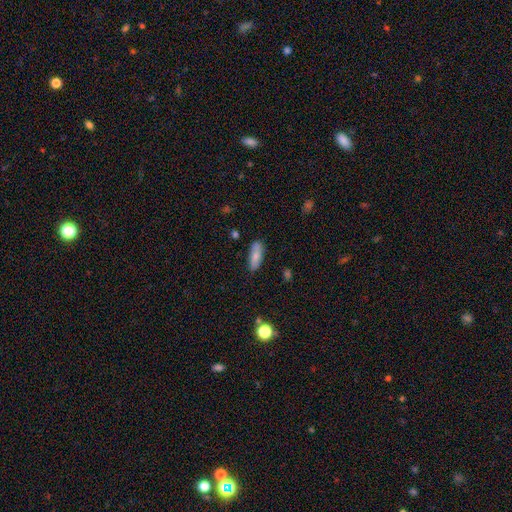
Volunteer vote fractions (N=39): A smooth galaxy with no disk features (79%) that is in between round and cigar-shaped (55%).

Vote fractions:
- Smooth or featured? smooth: 79% / featured or disk: 18% / star or artifact: 3%
- How rounded? in between: 55% / cigar-shaped: 42% / round: 3%
- Merging? none: 87% / minor disturbance: 11% / major disturbance: 3% / merger: 0%